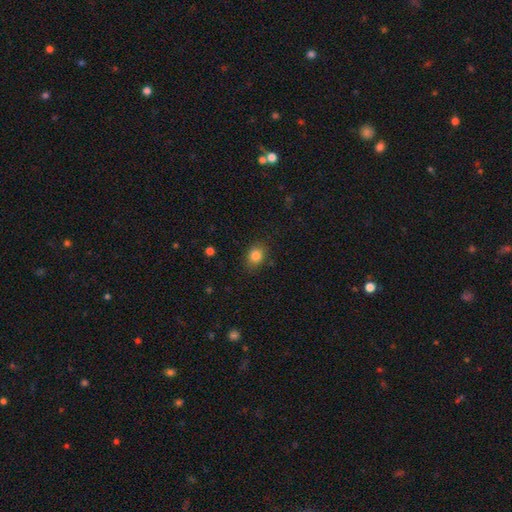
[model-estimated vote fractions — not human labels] The model was most divided on "how rounded": in between: 50%, round: 49%, cigar-shaped: 1%. More confident: smooth or featured — smooth (84%); merging — none (82%).